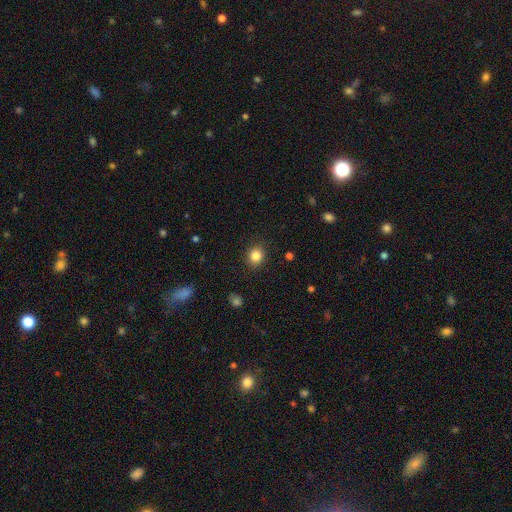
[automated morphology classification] Q: Smooth or featured?
A: smooth (85%); runner-up: star or artifact (11%)
Q: How rounded?
A: round (76%); runner-up: in between (23%)
Q: Merging?
A: none (89%); runner-up: minor disturbance (7%)